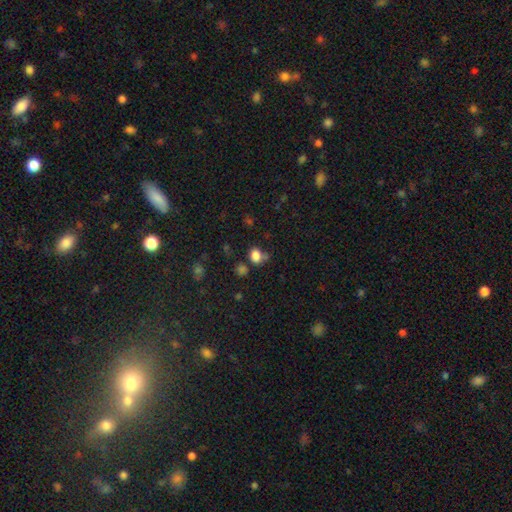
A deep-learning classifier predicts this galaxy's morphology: A smooth galaxy with no disk features (82%) that is round (53%). Merging: none (61%).